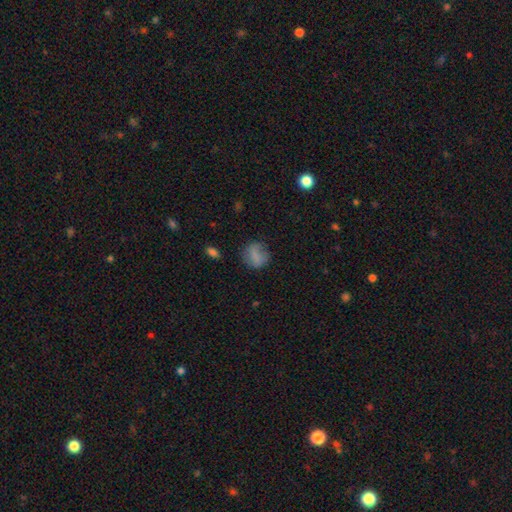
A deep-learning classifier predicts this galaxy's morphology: smooth 74%, featured or disk 16%, star or artifact 10%. Down the decision tree: how rounded — round (67%); merging — none (69%).